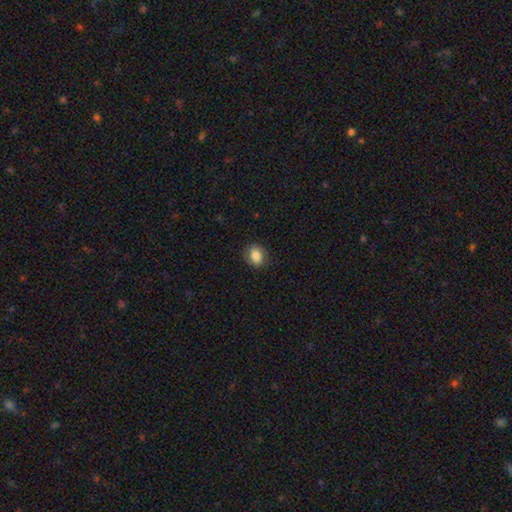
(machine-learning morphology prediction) Smooth or featured: smooth — 82% (featured or disk — 9%)
How rounded: in between — 52% (round — 47%)
Merging: none — 83% (minor disturbance — 13%)